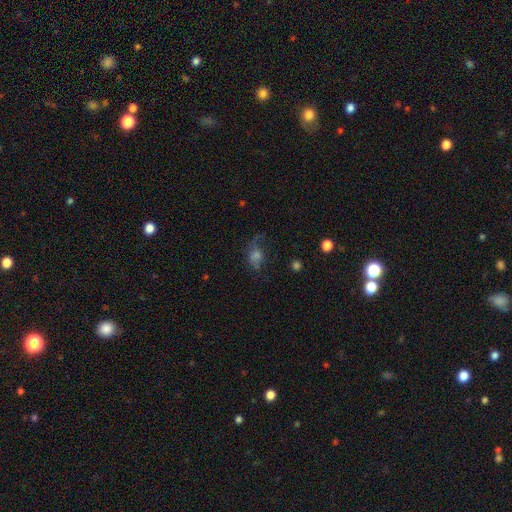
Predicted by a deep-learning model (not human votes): Smooth or featured? smooth (45%)
Merging? none (42%)